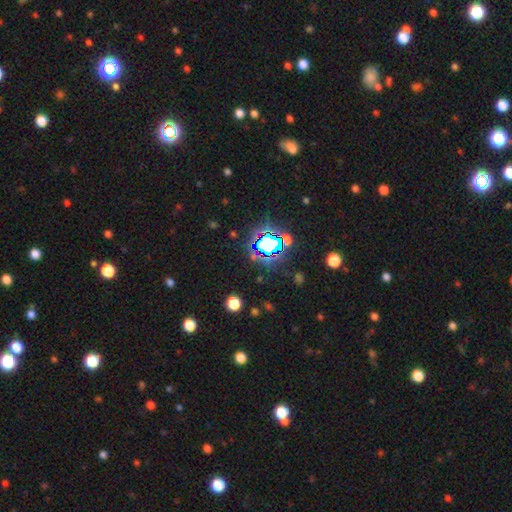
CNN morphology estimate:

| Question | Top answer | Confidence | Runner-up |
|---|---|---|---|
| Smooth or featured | star or artifact | 75% | smooth (16%) |